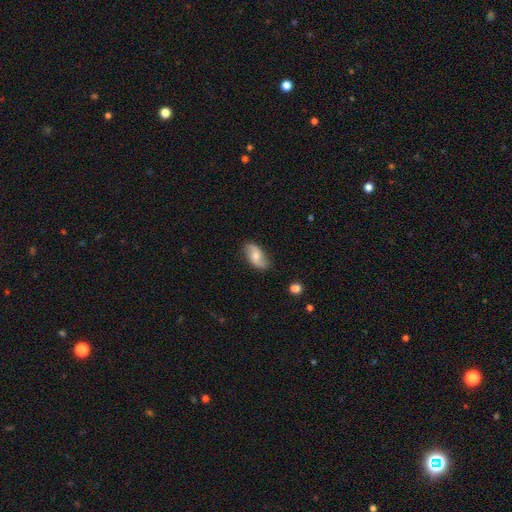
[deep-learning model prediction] A featured or disk galaxy (52%).

Vote fractions:
- Smooth or featured? featured or disk: 52% / smooth: 41% / star or artifact: 7%
- Edge-on disk? no: 94% / yes: 6%
- Merging? none: 79% / minor disturbance: 17% / major disturbance: 3% / merger: 2%